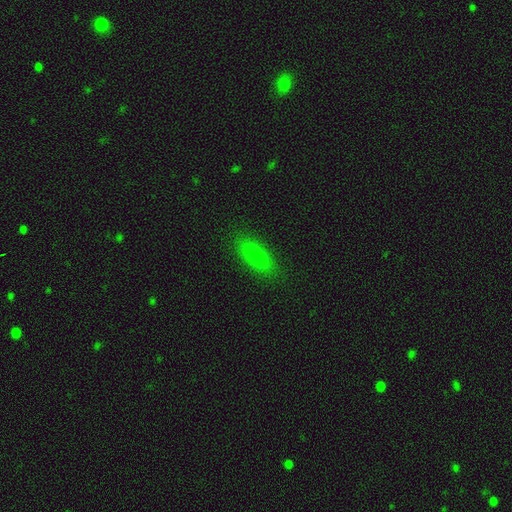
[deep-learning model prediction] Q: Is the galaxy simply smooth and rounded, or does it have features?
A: smooth — 82%.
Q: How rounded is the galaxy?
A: in between — 65%.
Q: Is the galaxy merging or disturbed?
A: none — 86%.